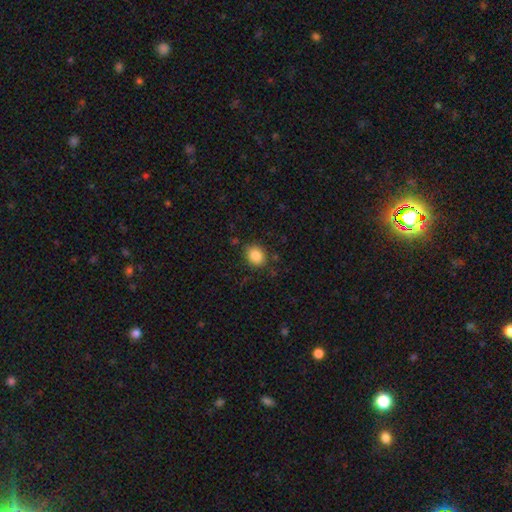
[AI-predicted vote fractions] This is clearly a smooth galaxy (85%). How rounded: likely round (62%). Merging: clearly none (84%).